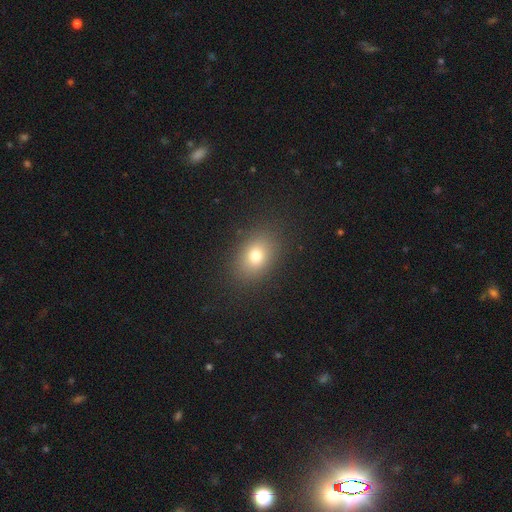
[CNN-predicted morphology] The model was most divided on "how rounded": in between: 65%, round: 33%, cigar-shaped: 1%. More confident: merging — none (87%); smooth or featured — smooth (75%).